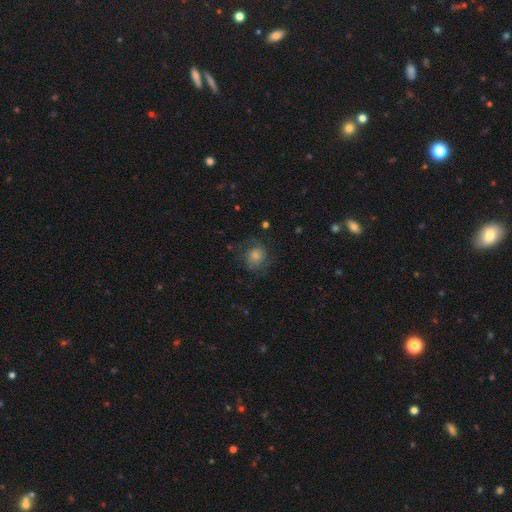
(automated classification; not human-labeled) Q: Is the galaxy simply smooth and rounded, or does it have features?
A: smooth — 53%.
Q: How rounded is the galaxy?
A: round — 78%.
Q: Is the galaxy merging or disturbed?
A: none — 63%.